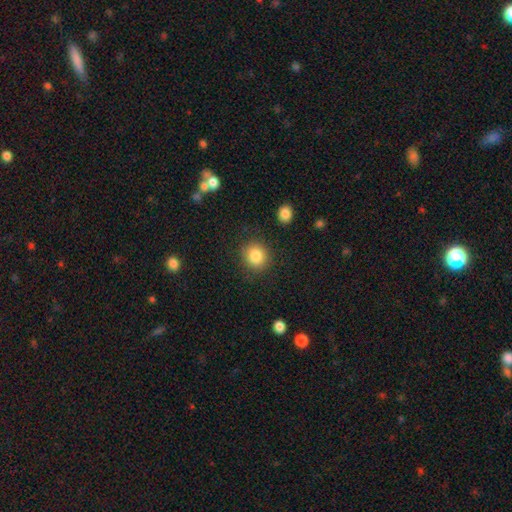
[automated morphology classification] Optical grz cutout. It shows a smooth galaxy with no disk features (85%) that is round (81%). Merging: none (86%).